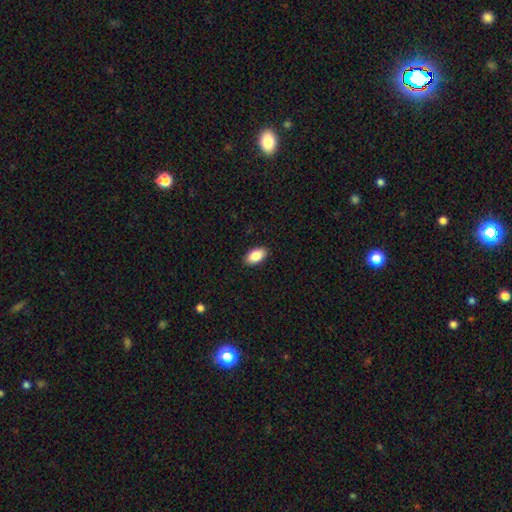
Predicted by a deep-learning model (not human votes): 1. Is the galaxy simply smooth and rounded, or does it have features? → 88% smooth, 7% star or artifact, 5% featured or disk.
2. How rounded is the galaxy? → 94% in between, 4% round, 2% cigar-shaped.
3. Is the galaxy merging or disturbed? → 90% none, 8% minor disturbance, 2% major disturbance, 1% merger.